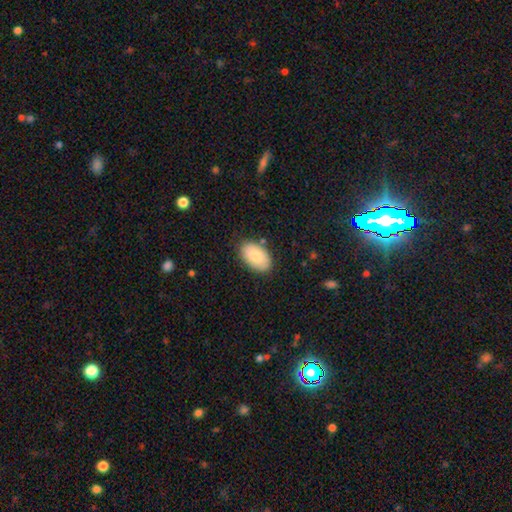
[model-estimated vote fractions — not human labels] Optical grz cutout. It shows a smooth galaxy with no disk features (84%) that is in between round and cigar-shaped (94%). Merging: none (83%).